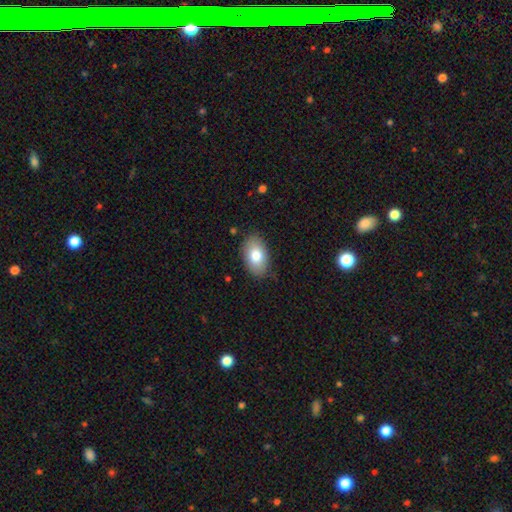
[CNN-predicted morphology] This appears to be a smooth galaxy with no disk features (79%) that is in between round and cigar-shaped (92%). Merging: none (83%).